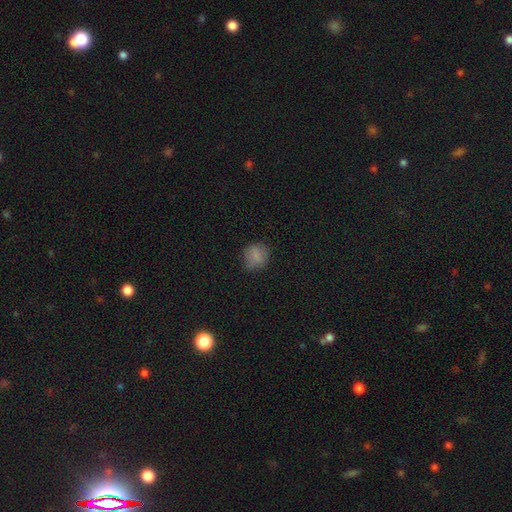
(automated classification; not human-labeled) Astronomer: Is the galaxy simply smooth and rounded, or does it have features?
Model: smooth — 80%.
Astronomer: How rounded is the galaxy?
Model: round — 75%.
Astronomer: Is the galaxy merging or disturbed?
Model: none — 72%.